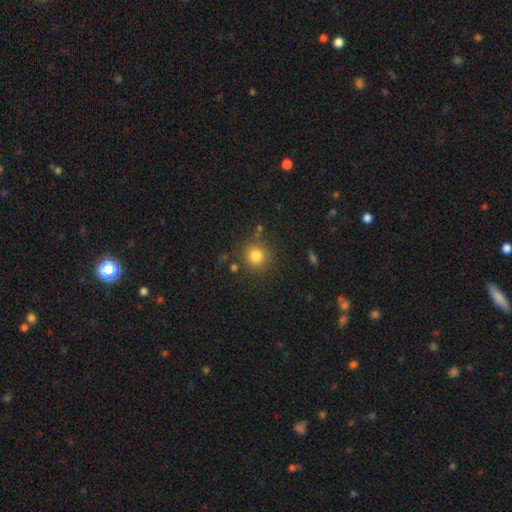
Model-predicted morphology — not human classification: A smooth galaxy with no disk features (81%) that is round (91%).

Vote fractions:
- Smooth or featured? smooth: 81% / star or artifact: 13% / featured or disk: 7%
- How rounded? round: 91% / in between: 8% / cigar-shaped: 1%
- Merging? none: 82% / minor disturbance: 10% / merger: 5% / major disturbance: 4%